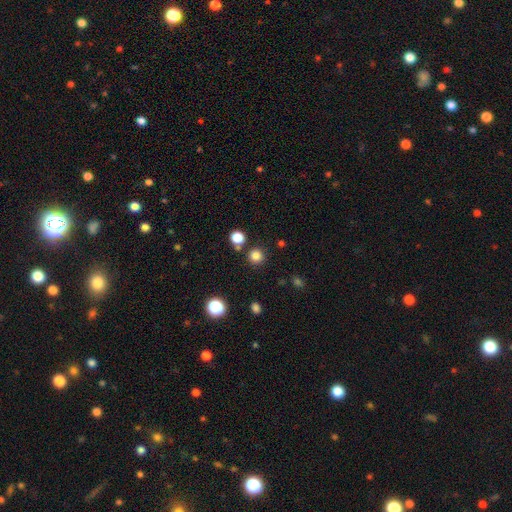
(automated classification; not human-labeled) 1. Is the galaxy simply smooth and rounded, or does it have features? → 81% smooth, 14% star or artifact, 5% featured or disk.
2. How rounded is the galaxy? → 94% round, 5% in between, 1% cigar-shaped.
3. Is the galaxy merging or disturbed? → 84% none, 7% merger, 7% minor disturbance, 3% major disturbance.